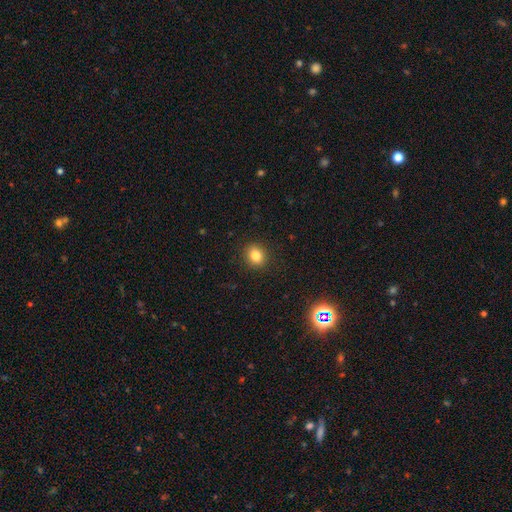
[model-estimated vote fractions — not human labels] Overall: smooth (82%). How rounded: round (71%). Merging: none (91%).